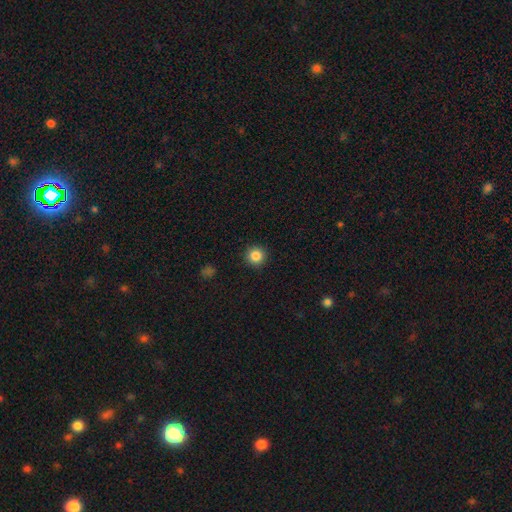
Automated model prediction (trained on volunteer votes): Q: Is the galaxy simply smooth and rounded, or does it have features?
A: smooth — 85%.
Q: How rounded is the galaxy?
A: round — 95%.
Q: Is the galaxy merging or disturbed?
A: none — 92%.